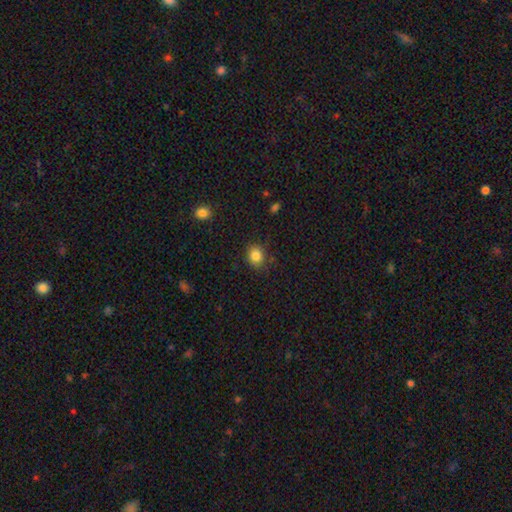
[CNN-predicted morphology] smooth-or-featured: smooth: 84% | star or artifact: 11% | featured or disk: 5%
  how-rounded: round: 68% | in between: 32% | cigar-shaped: 1%
  merging: none: 81% | minor disturbance: 14% | major disturbance: 3% | merger: 2%